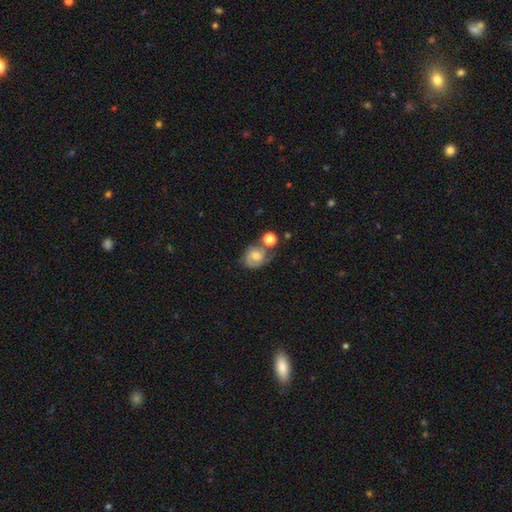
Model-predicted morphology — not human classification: This appears to be a featured or disk galaxy (62%) with no bar (69%), 2 (62%) tight (52%) spiral arms (88%) and a moderate central bulge (55%). Merging: none (45%).